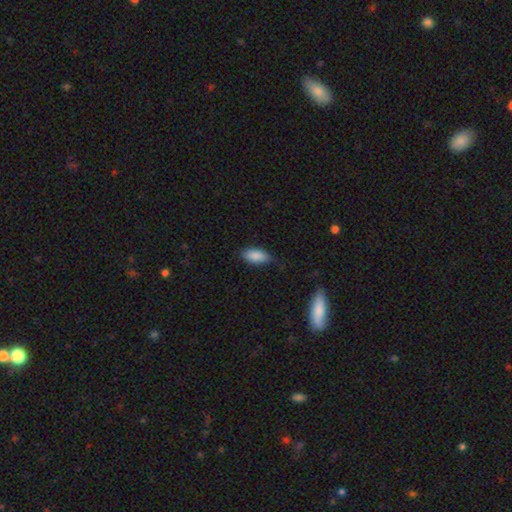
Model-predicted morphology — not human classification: This is clearly a smooth galaxy (88%). How rounded: clearly in between (89%). Merging: likely none (77%).